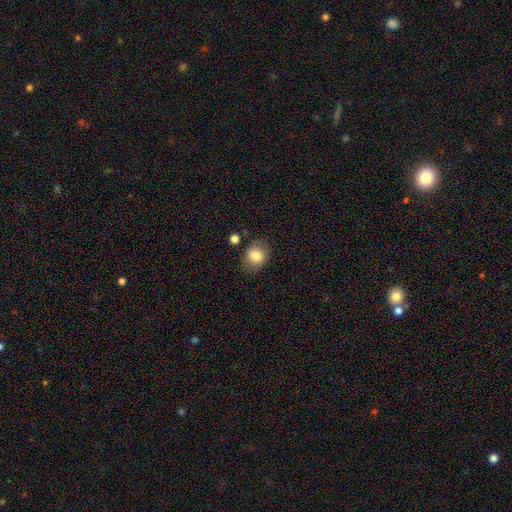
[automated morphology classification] Smooth or featured?
  - smooth: 81% *
  - featured or disk: 10%
  - star or artifact: 9%
How rounded?
  - round: 54% *
  - in between: 45%
  - cigar-shaped: 1%
Merging?
  - none: 78% *
  - minor disturbance: 14%
  - major disturbance: 4%
  - merger: 4%